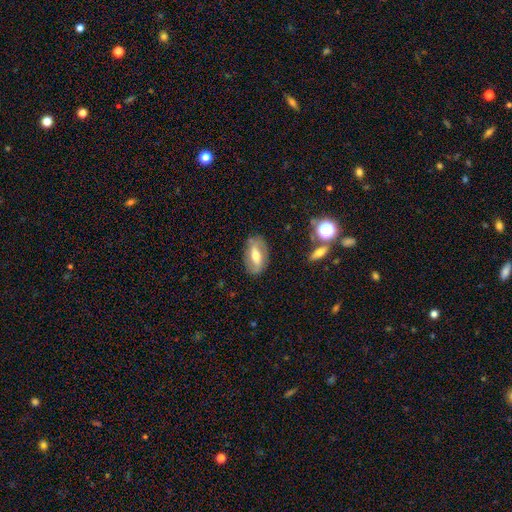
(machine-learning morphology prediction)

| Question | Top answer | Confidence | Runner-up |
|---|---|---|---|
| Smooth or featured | featured or disk | 56% | smooth (37%) |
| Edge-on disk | no | 88% | yes (12%) |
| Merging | none | 80% | minor disturbance (13%) |